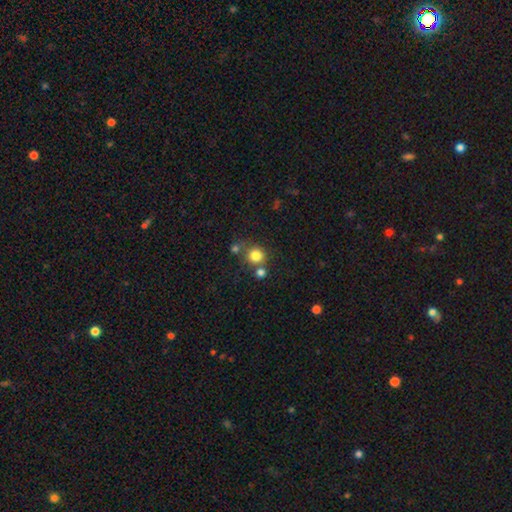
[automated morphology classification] smooth-or-featured: smooth: 81% | star or artifact: 12% | featured or disk: 7%
  how-rounded: round: 90% | in between: 9% | cigar-shaped: 1%
  merging: none: 62% | merger: 22% | minor disturbance: 10% | major disturbance: 5%